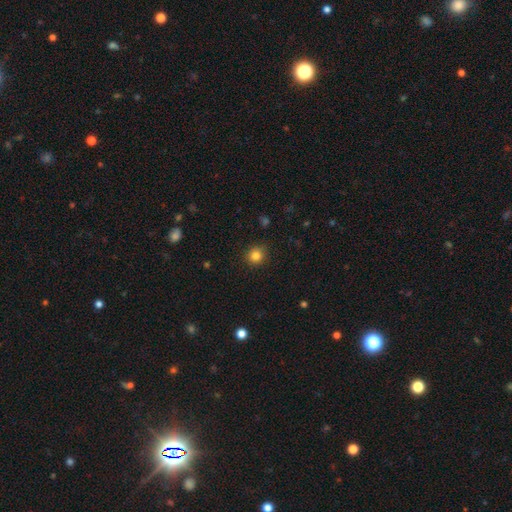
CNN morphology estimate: Smooth or featured? Predicted: smooth (p=0.83). How rounded? Predicted: round (p=0.92). Merging? Predicted: none (p=0.89).